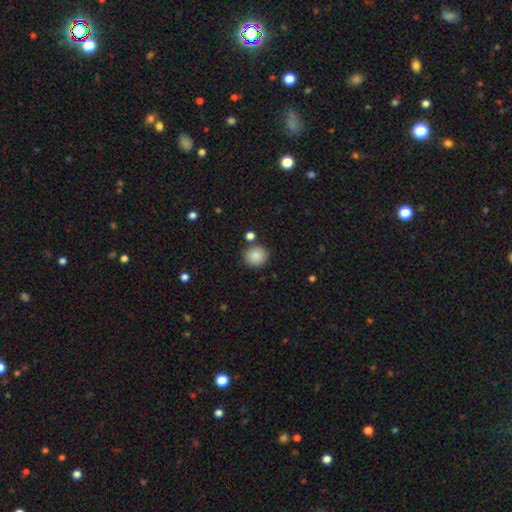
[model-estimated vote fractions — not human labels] Smooth or featured: smooth — 88% (star or artifact — 8%)
How rounded: round — 85% (in between — 14%)
Merging: none — 83% (minor disturbance — 9%)